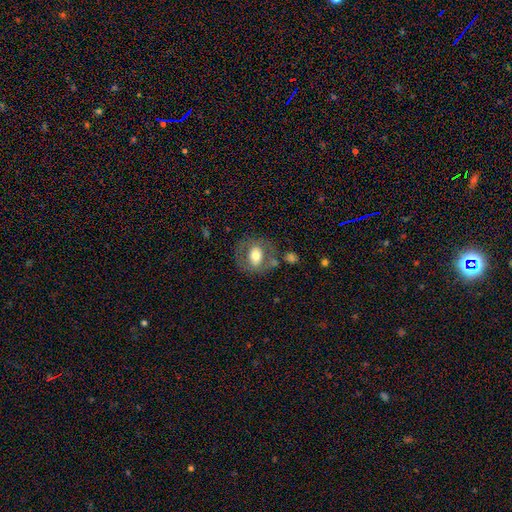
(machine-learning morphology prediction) This is possibly a smooth galaxy (55%). How rounded: possibly round (59%). Merging: likely none (65%).